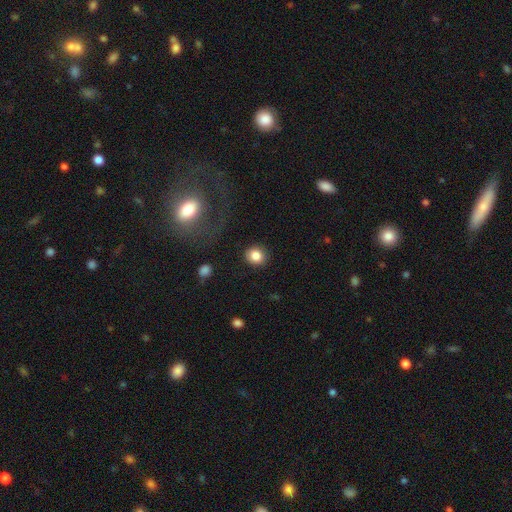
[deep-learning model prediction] Smooth or featured? smooth (84%)
How rounded? round (83%)
Merging? none (90%)